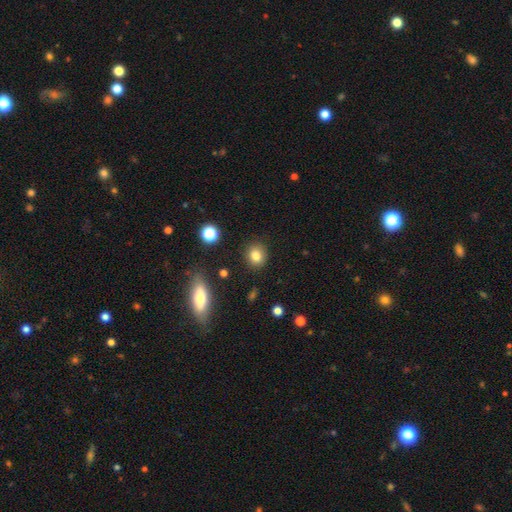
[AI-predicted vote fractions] Morphology: type=smooth (82%); roundness=round (71%); merging=none (87%).